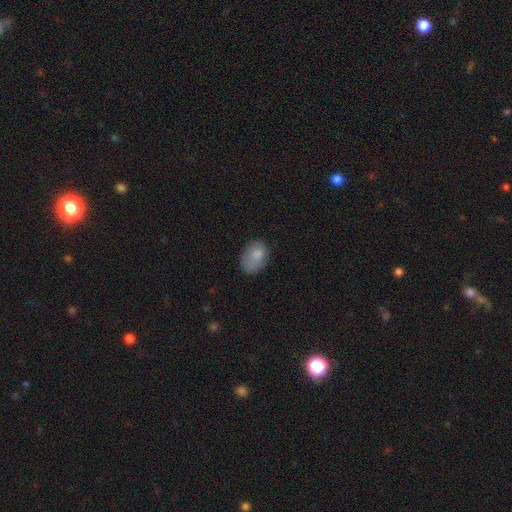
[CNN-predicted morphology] smooth-or-featured: smooth: 82% | featured or disk: 10% | star or artifact: 8%
  how-rounded: in between: 82% | round: 17% | cigar-shaped: 1%
  merging: none: 67% | minor disturbance: 23% | major disturbance: 8% | merger: 2%